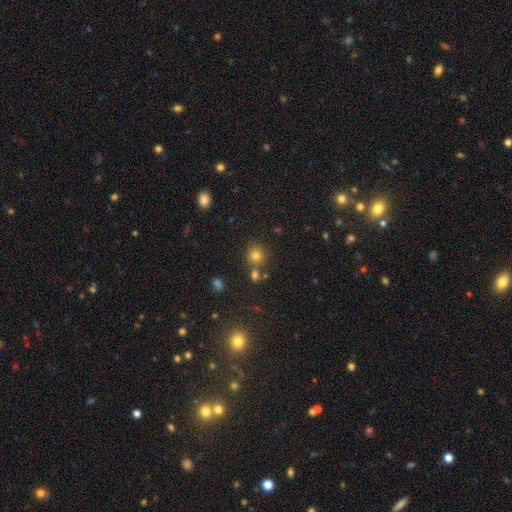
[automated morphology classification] Smooth or featured?
  - smooth: 74% *
  - star or artifact: 19%
  - featured or disk: 7%
How rounded?
  - round: 90% *
  - in between: 9%
  - cigar-shaped: 1%
Merging?
  - none: 73% *
  - merger: 16%
  - minor disturbance: 8%
  - major disturbance: 3%